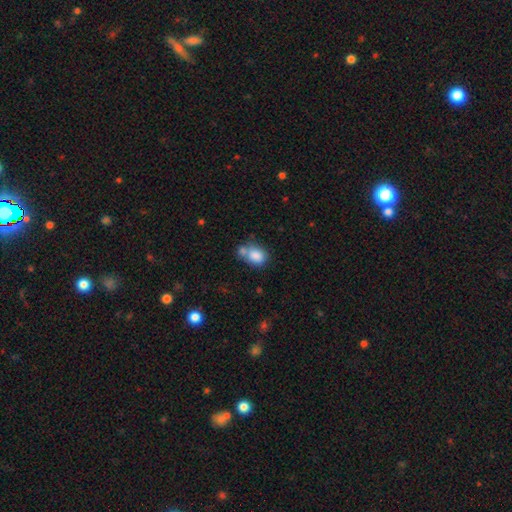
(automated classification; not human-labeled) Smooth or featured: smooth — 82% (featured or disk — 9%)
How rounded: in between — 63% (round — 36%)
Merging: merger — 40% (none — 39%)